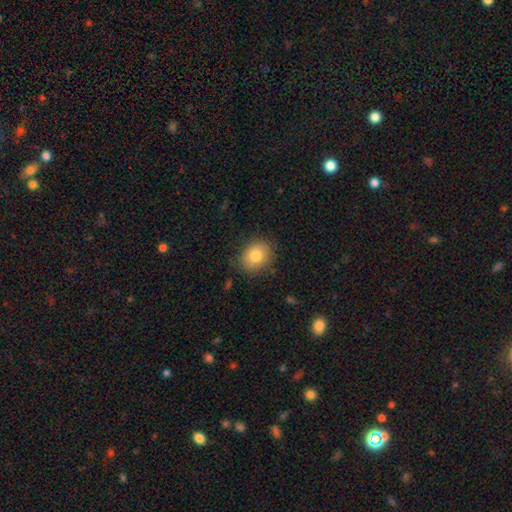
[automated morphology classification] Smooth or featured? Predicted: smooth (p=0.81). How rounded? Predicted: round (p=0.57). Merging? Predicted: none (p=0.82).